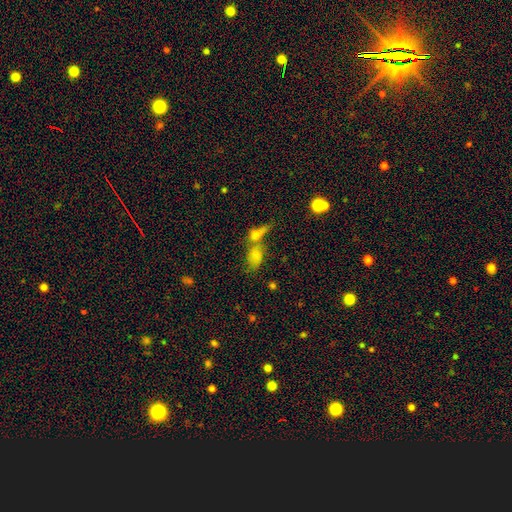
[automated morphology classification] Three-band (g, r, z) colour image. It shows a smooth galaxy with no disk features (73%) that is in between round and cigar-shaped (82%). Merging: merger (53%).